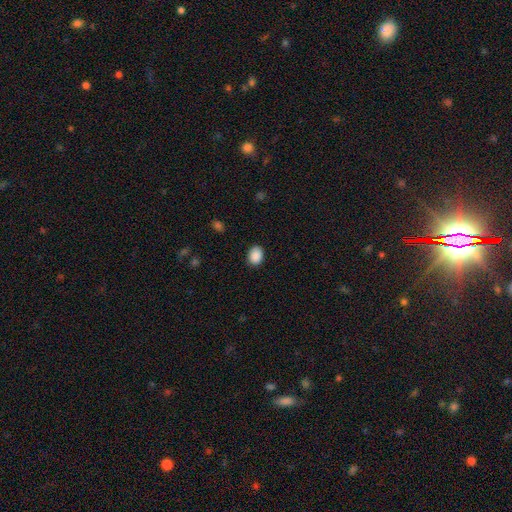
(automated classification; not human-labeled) smooth-or-featured: smooth: 90% | star or artifact: 8% | featured or disk: 3%
  how-rounded: in between: 64% | round: 35% | cigar-shaped: 1%
  merging: none: 88% | minor disturbance: 9% | major disturbance: 2% | merger: 1%